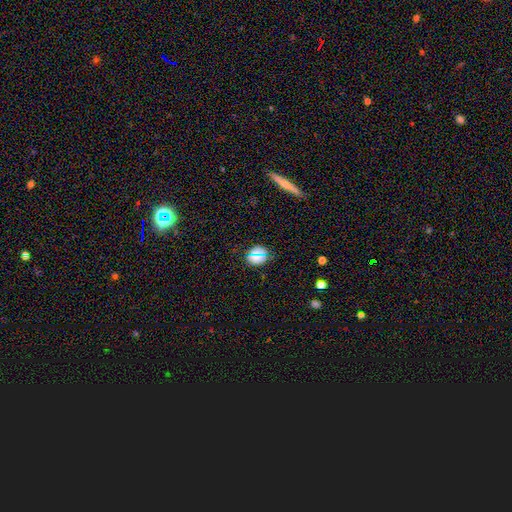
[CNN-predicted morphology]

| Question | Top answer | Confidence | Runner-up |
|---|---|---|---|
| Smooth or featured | smooth | 65% | star or artifact (25%) |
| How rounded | round | 55% | in between (42%) |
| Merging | none | 83% | minor disturbance (11%) |